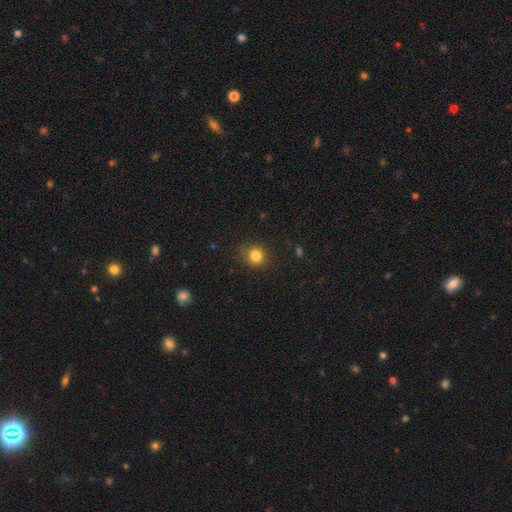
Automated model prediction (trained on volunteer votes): Smooth or featured? smooth (83%)
How rounded? round (88%)
Merging? none (81%)